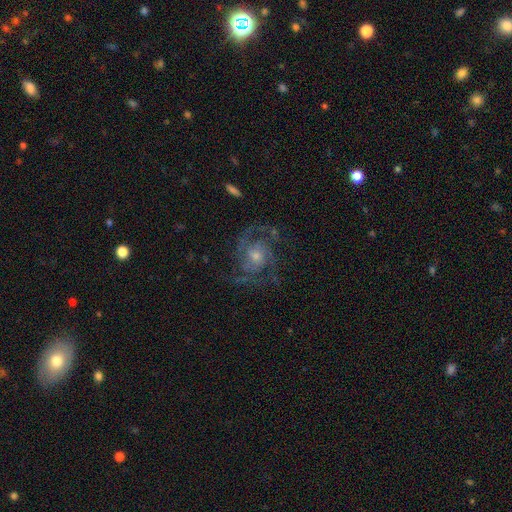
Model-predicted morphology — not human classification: Smooth or featured: featured or disk — 88% (star or artifact — 7%)
Edge-on disk: no — 98% (yes — 2%)
Bar: no — 71% (weak — 24%)
Spiral arms: yes — 97% (no — 3%)
Spiral winding: medium — 49% (tight — 39%)
Spiral arm count: 2 — 42% (3 — 28%)
Bulge size: small — 47% (moderate — 45%)
Merging: none — 72% (minor disturbance — 15%)